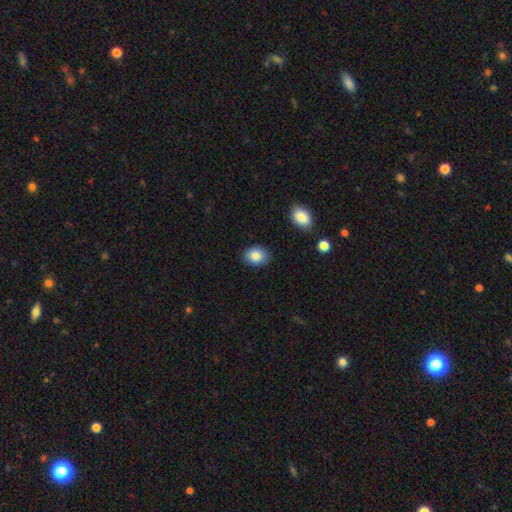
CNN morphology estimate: Smooth or featured? Predicted: smooth (p=0.85). How rounded? Predicted: in between (p=0.58). Merging? Predicted: none (p=0.87).